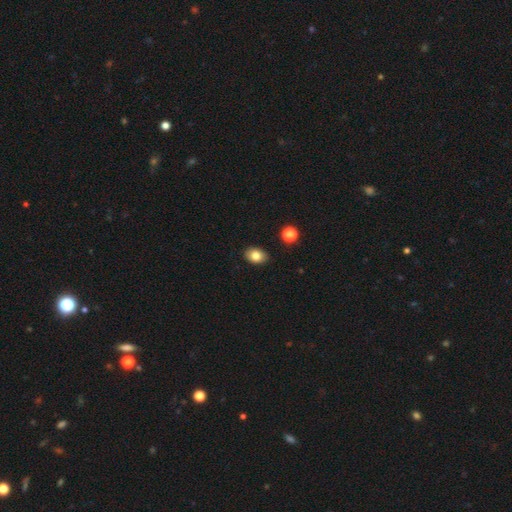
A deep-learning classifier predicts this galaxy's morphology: Smooth or featured?
  - smooth: 82% *
  - star or artifact: 9%
  - featured or disk: 9%
How rounded?
  - in between: 75% *
  - round: 24%
  - cigar-shaped: 1%
Merging?
  - none: 88% *
  - minor disturbance: 8%
  - major disturbance: 2%
  - merger: 2%